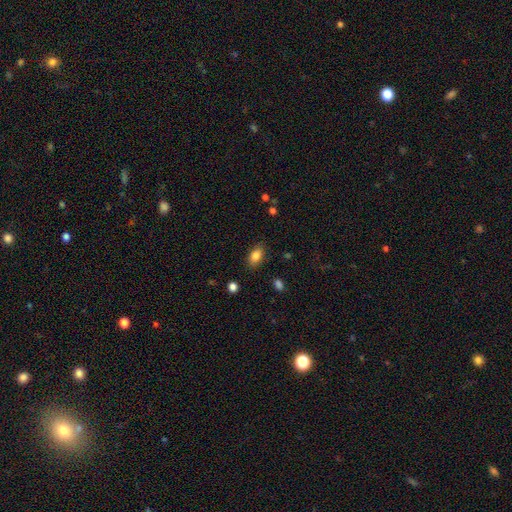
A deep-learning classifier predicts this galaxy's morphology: A smooth galaxy with no disk features (84%) that is in between round and cigar-shaped (87%). Merging: none (85%).